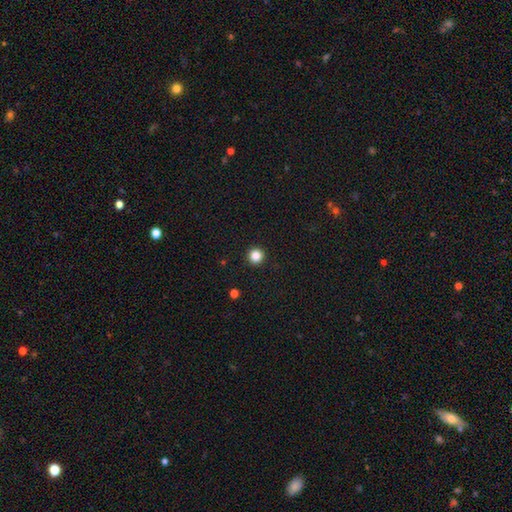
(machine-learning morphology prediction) smooth 85%, star or artifact 11%, featured or disk 3%. Down the decision tree: how rounded — round (96%); merging — none (94%).